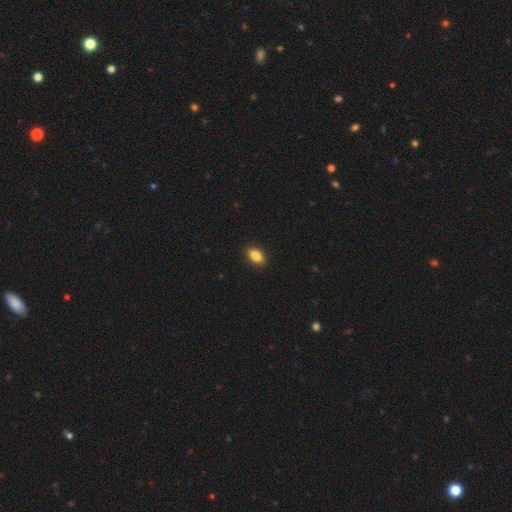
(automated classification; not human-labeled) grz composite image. It shows a smooth galaxy with no disk features (88%) that is in between round and cigar-shaped (90%). Merging: none (90%).